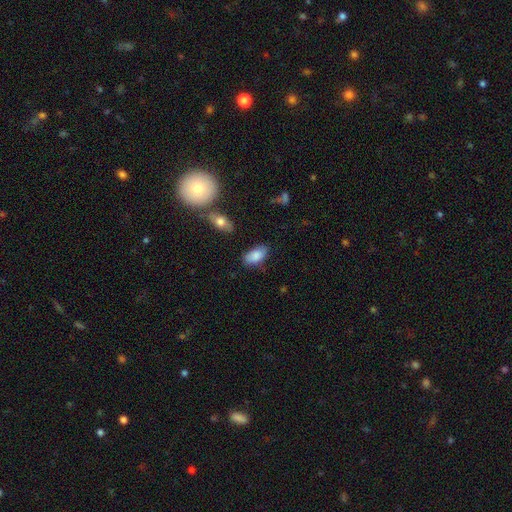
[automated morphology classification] The model was most divided on "merging": none: 76%, minor disturbance: 17%, major disturbance: 4%, merger: 3%. More confident: how rounded — in between (94%); smooth or featured — smooth (85%).